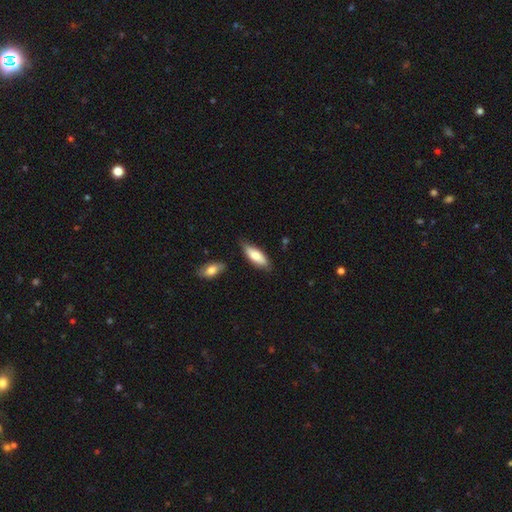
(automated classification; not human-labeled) Smooth or featured: smooth — 77% (featured or disk — 17%)
How rounded: in between — 65% (cigar-shaped — 33%)
Merging: none — 74% (minor disturbance — 19%)